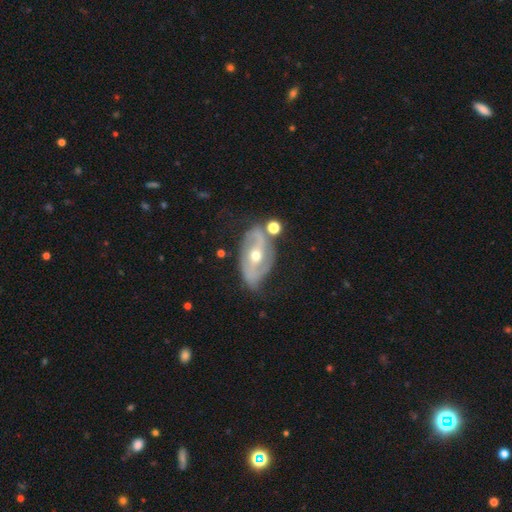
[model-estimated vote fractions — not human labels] Smooth or featured? Predicted: featured or disk (p=0.83). Edge-on disk? Predicted: no (p=0.93). Bar? Predicted: no (p=0.36). Spiral arms? Predicted: yes (p=0.87). Spiral winding? Predicted: medium (p=0.43). Spiral arm count? Predicted: 2 (p=0.82). Bulge size? Predicted: moderate (p=0.64). Merging? Predicted: none (p=0.63).